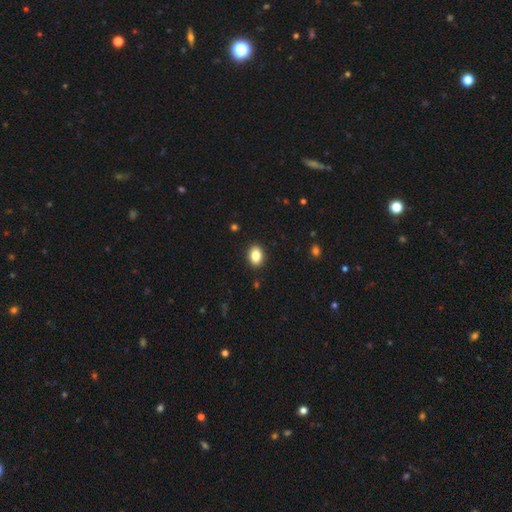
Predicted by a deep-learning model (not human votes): This appears to be a smooth galaxy with no disk features (85%) that is in between round and cigar-shaped (75%). Merging: none (90%).